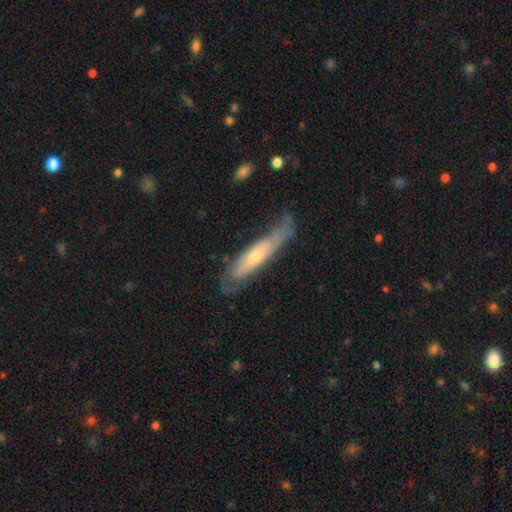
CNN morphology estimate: Smooth or featured?
  - featured or disk: 55% *
  - smooth: 39%
  - star or artifact: 6%
Edge-on disk?
  - yes: 54% *
  - no: 46%
Merging?
  - none: 57% *
  - minor disturbance: 27%
  - major disturbance: 12%
  - merger: 3%